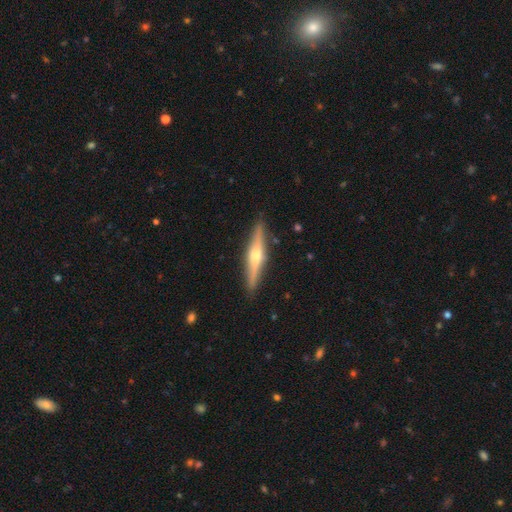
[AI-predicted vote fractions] featured or disk 68%, smooth 27%, star or artifact 6%. Down the decision tree: edge-on disk — yes (97%); edge-on bulge — rounded (90%); merging — none (89%).